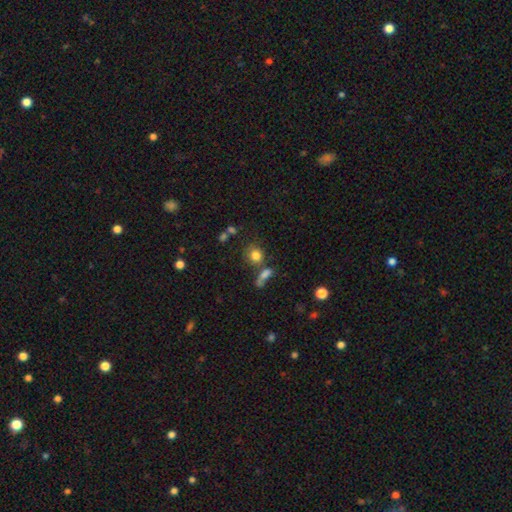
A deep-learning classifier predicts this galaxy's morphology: This is likely a smooth galaxy (79%). How rounded: clearly round (80%). Merging: possibly none (58%).